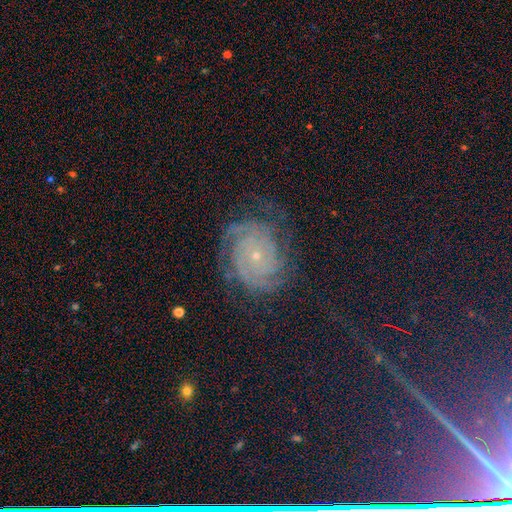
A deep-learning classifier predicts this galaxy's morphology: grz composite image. It shows a featured or disk galaxy (61%) with no bar (80%), tight (79%) spiral arms (97%) and a small central bulge (85%). Merging: none (80%).